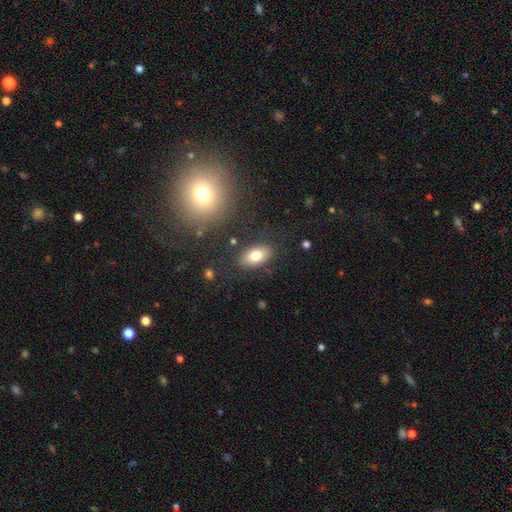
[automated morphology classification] A smooth galaxy with no disk features (79%) that is in between round and cigar-shaped (92%). Merging: none (84%).